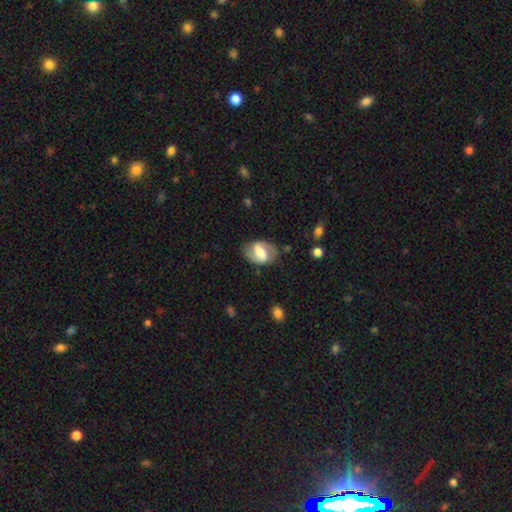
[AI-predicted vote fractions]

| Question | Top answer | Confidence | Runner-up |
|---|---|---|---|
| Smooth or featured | featured or disk | 62% | smooth (30%) |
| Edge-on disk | no | 95% | yes (5%) |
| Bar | weak | 41% | strong (39%) |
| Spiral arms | yes | 80% | no (20%) |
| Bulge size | moderate | 35% | large (32%) |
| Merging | none | 76% | minor disturbance (16%) |